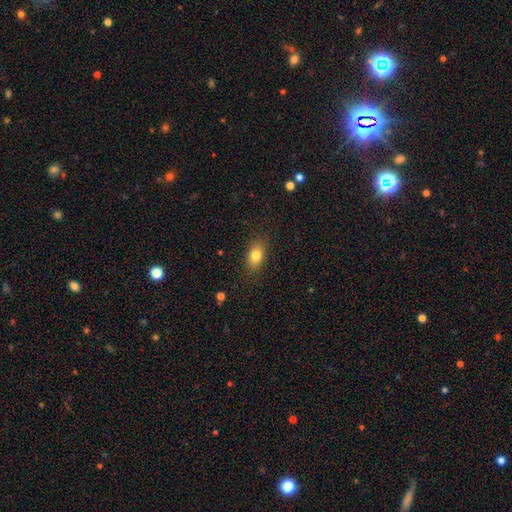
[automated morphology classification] Q: Smooth or featured?
A: smooth (81%); runner-up: featured or disk (10%)
Q: How rounded?
A: in between (82%); runner-up: round (15%)
Q: Merging?
A: none (84%); runner-up: minor disturbance (12%)